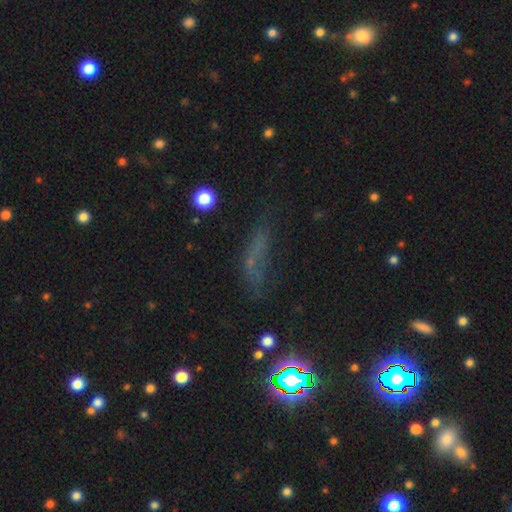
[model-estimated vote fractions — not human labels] This is marginally a star or artifact rather than a galaxy (39%).